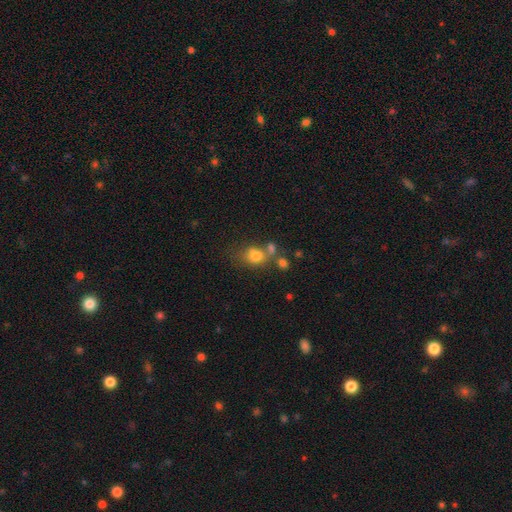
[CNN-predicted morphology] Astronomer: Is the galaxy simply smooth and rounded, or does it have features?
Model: smooth — 76%.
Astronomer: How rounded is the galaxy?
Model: round — 54% (runner-up: in between, 45%).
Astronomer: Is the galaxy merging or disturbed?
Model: none — 44% (runner-up: merger, 30%).